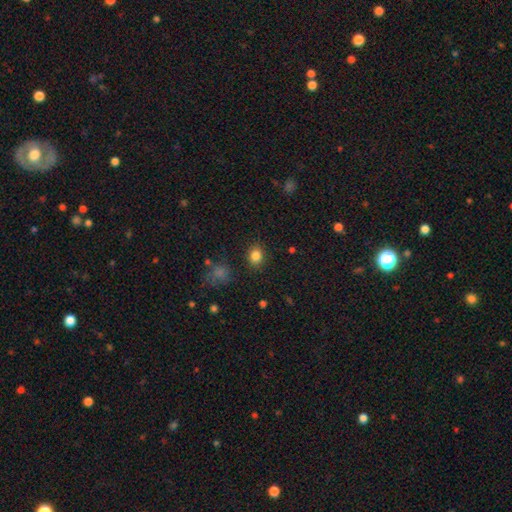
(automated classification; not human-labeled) smooth 83%, star or artifact 11%, featured or disk 5%. Down the decision tree: how rounded — round (57%); merging — none (86%).